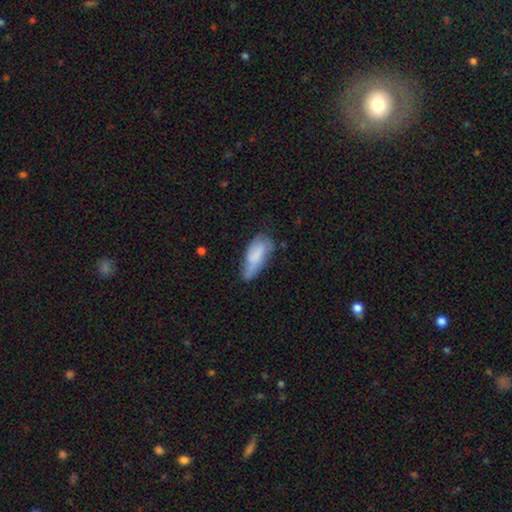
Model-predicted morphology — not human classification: smooth_or_featured: smooth (p=0.69) [alt: featured or disk p=0.24]
how_rounded: in between (p=0.78) [alt: cigar-shaped p=0.20]
merging: minor disturbance (p=0.40) [alt: none p=0.34]